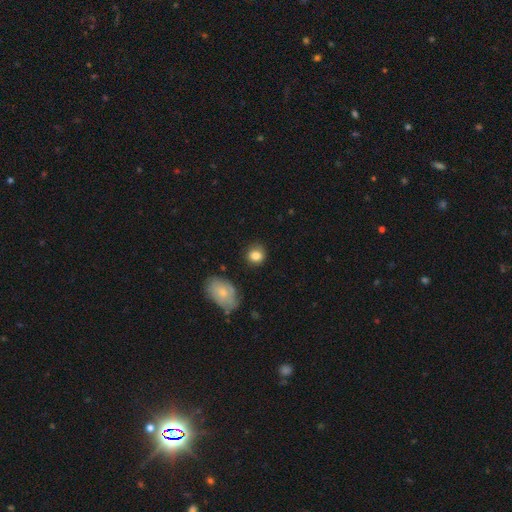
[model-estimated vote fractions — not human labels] A smooth galaxy with no disk features (83%) that is round (80%).

Vote fractions:
- Smooth or featured? smooth: 83% / star or artifact: 9% / featured or disk: 8%
- How rounded? round: 80% / in between: 19% / cigar-shaped: 1%
- Merging? none: 82% / minor disturbance: 12% / major disturbance: 3% / merger: 2%